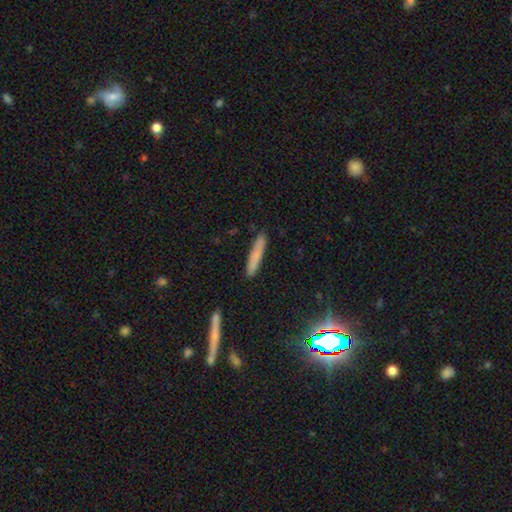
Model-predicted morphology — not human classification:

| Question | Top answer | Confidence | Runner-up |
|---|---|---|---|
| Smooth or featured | smooth | 75% | featured or disk (17%) |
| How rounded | cigar-shaped | 93% | in between (5%) |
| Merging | none | 88% | minor disturbance (9%) |